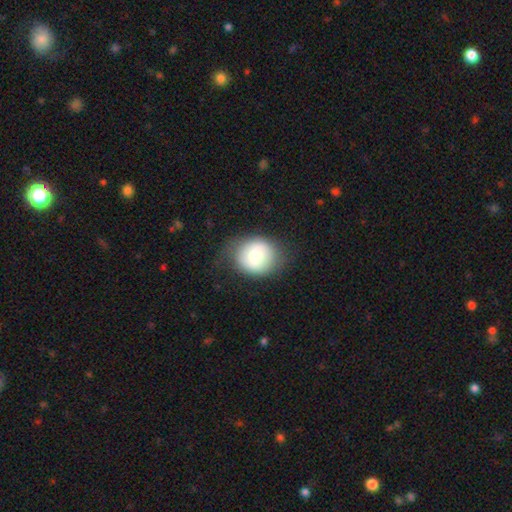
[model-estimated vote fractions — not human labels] This is likely a smooth galaxy (69%). How rounded: likely round (73%). Merging: likely none (74%).